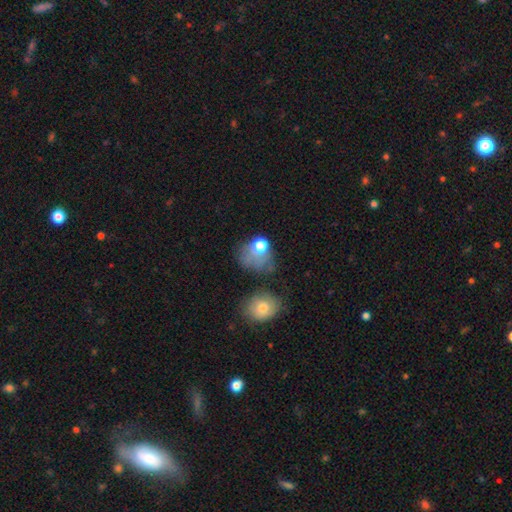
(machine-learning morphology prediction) This appears to be a smooth galaxy with no disk features (65%) that is round (56%). Merging: major disturbance (32%).